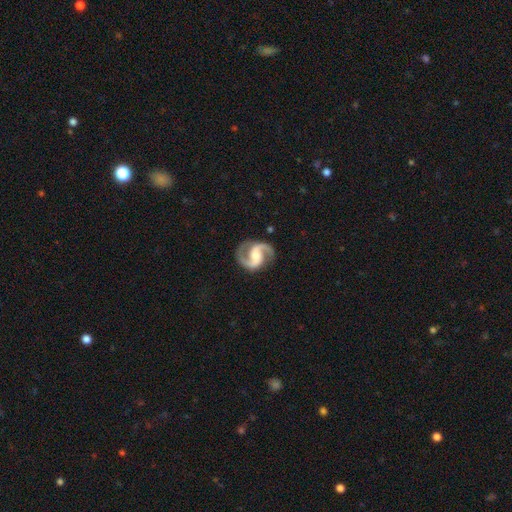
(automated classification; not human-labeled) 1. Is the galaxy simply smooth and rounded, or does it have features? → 93% featured or disk, 4% star or artifact, 4% smooth.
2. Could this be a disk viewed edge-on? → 98% no, 2% yes.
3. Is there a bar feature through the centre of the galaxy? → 42% weak, 33% no, 25% strong.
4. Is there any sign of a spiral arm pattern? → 98% yes, 2% no.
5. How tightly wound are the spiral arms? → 62% medium, 22% loose, 16% tight.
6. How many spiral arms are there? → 94% 2, 1% can't tell, 1% 3, 1% 1, 1% 4, 1% more than 4.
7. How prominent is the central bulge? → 52% moderate, 30% small, 10% large, 7% none, 2% dominant.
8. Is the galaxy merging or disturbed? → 85% none, 10% minor disturbance, 4% major disturbance, 1% merger.